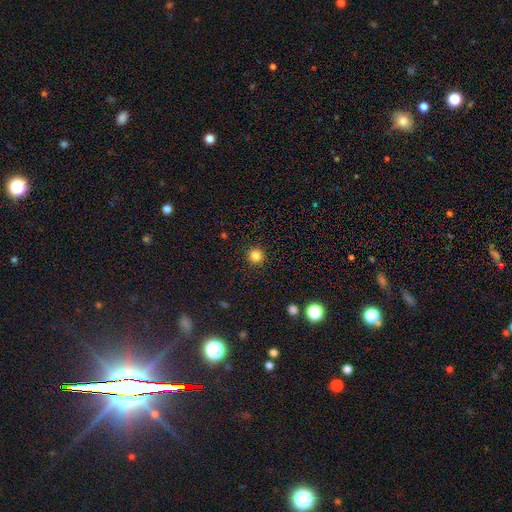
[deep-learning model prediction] smooth 83%, star or artifact 13%, featured or disk 4%. Down the decision tree: how rounded — round (96%); merging — none (92%).